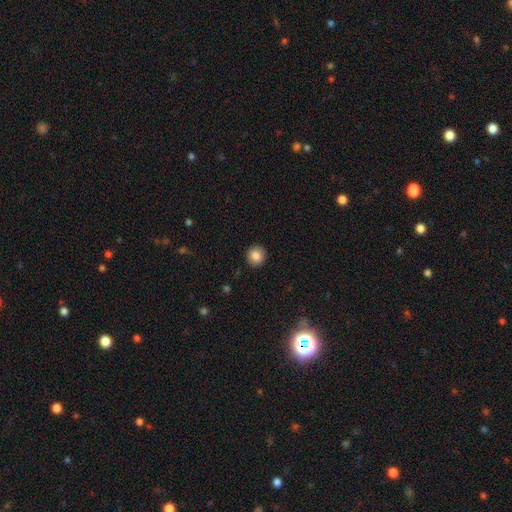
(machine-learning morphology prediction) Q: Smooth or featured?
A: smooth (84%); runner-up: star or artifact (9%)
Q: How rounded?
A: round (89%); runner-up: in between (10%)
Q: Merging?
A: none (91%); runner-up: minor disturbance (6%)